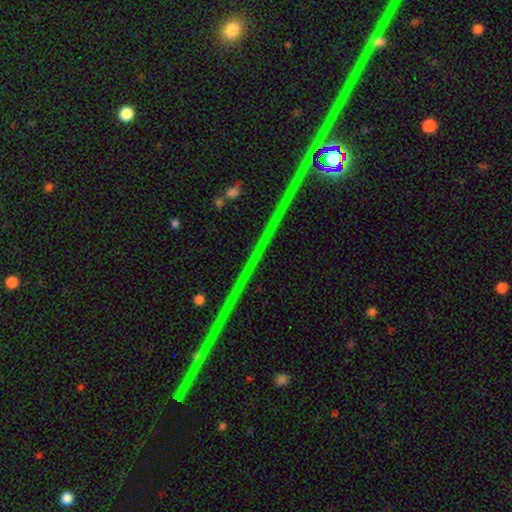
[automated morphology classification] Overall: star or artifact (85%).